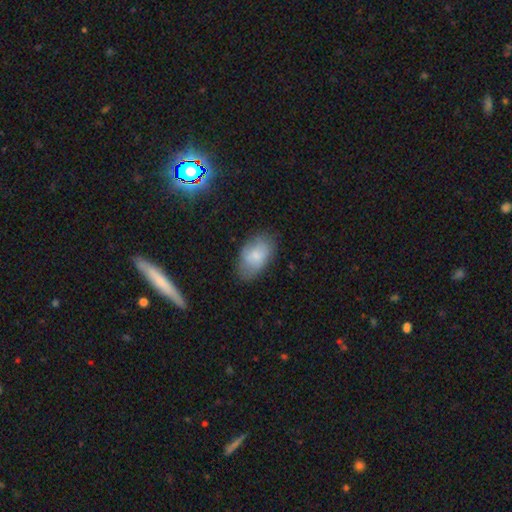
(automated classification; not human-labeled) Q: Smooth or featured?
A: smooth (72%); runner-up: featured or disk (20%)
Q: How rounded?
A: in between (92%); runner-up: round (7%)
Q: Merging?
A: none (67%); runner-up: minor disturbance (24%)